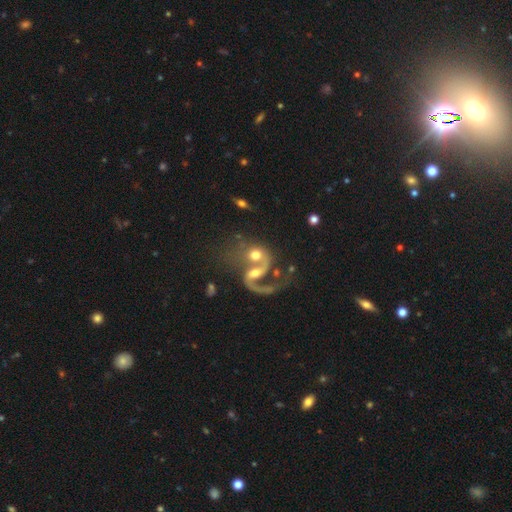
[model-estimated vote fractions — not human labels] smooth-or-featured: featured or disk: 68% | smooth: 23% | star or artifact: 9%
  disk-edge-on: no: 97% | yes: 3%
    bar: no: 55% | weak: 32% | strong: 13%
    has-spiral-arms: yes: 82% | no: 18%
      spiral-winding: loose: 65% | medium: 28% | tight: 7%
      spiral-arm-count: 2: 51% | 1: 41% | can't tell: 5% | 3: 1% | more than 4: 1% | 4: 1%
    bulge-size: moderate: 54% | small: 20% | large: 18% | none: 5% | dominant: 3%
  merging: merger: 63% | none: 17% | major disturbance: 13% | minor disturbance: 7%